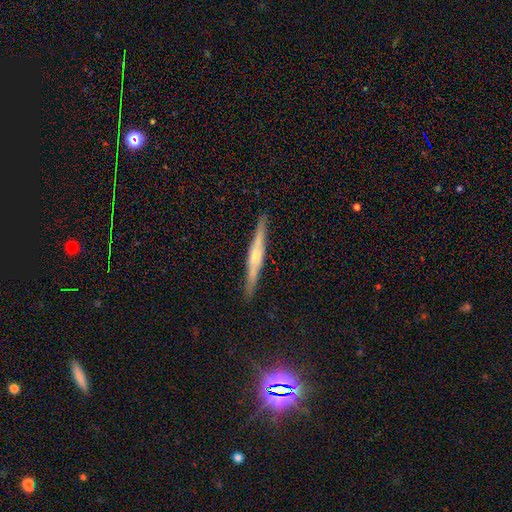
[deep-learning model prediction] Smooth or featured: featured or disk — 67% (smooth — 27%)
Edge-on disk: yes — 98% (no — 2%)
Edge-on bulge: rounded — 63% (none — 19%)
Merging: none — 90% (minor disturbance — 7%)